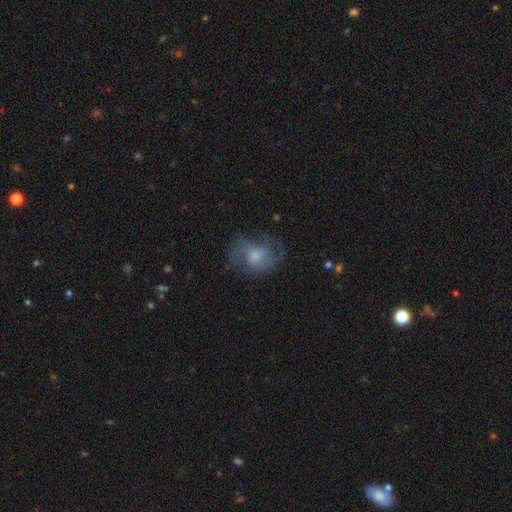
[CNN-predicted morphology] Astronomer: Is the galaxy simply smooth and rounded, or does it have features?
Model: featured or disk — 54% (runner-up: smooth, 37%).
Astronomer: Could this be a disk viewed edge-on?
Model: no — 97%.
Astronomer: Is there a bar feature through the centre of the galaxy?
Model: no — 67%.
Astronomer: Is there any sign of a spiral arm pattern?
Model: yes — 74%.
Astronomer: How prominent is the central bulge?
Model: moderate — 46% (runner-up: small, 33%).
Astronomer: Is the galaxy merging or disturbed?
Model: none — 58%.